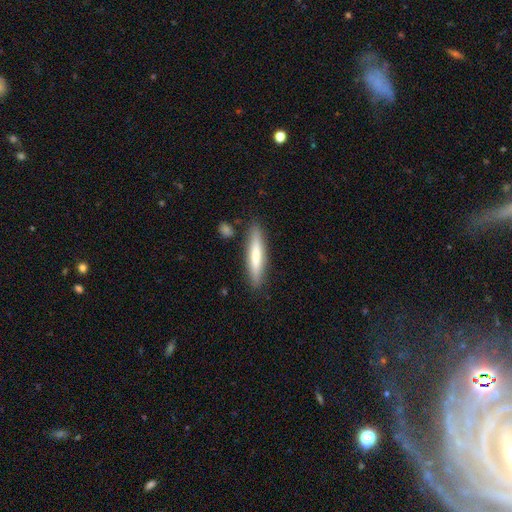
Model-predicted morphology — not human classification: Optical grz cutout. It shows a smooth galaxy with no disk features (63%) that is cigar-shaped (89%). Merging: none (85%).